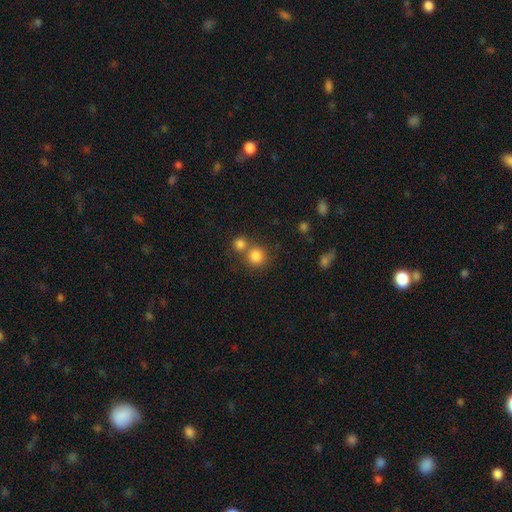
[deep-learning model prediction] Morphology: type=smooth (83%); roundness=round (88%); merging=none (54%).